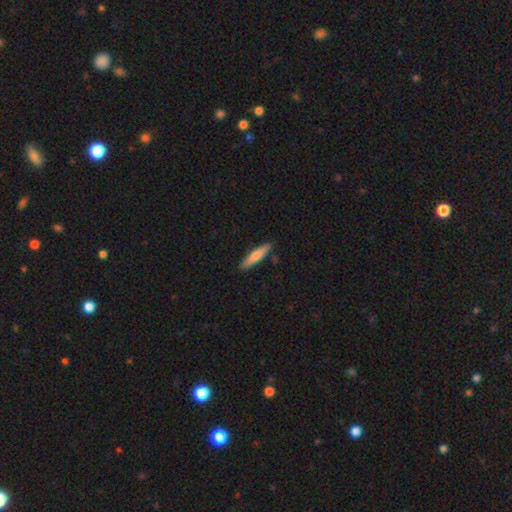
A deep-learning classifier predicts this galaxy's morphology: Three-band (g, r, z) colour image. It shows a smooth galaxy with no disk features (70%) that is cigar-shaped (84%). Merging: none (87%).